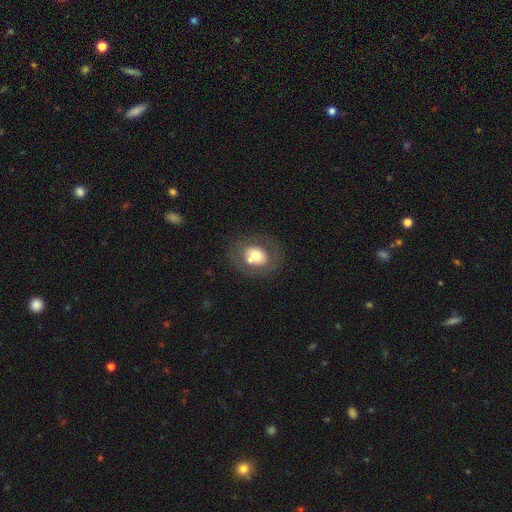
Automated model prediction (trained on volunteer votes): smooth-or-featured: smooth: 58% | featured or disk: 32% | star or artifact: 9%
  how-rounded: round: 52% | in between: 48% | cigar-shaped: 1%
  merging: none: 62% | merger: 16% | minor disturbance: 14% | major disturbance: 7%